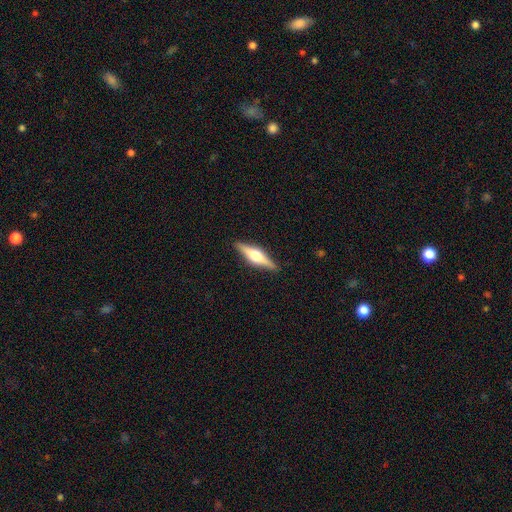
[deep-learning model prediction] Smooth or featured: featured or disk — 68% (smooth — 26%)
Edge-on disk: yes — 97% (no — 3%)
Edge-on bulge: rounded — 93% (boxy — 5%)
Merging: none — 90% (minor disturbance — 8%)